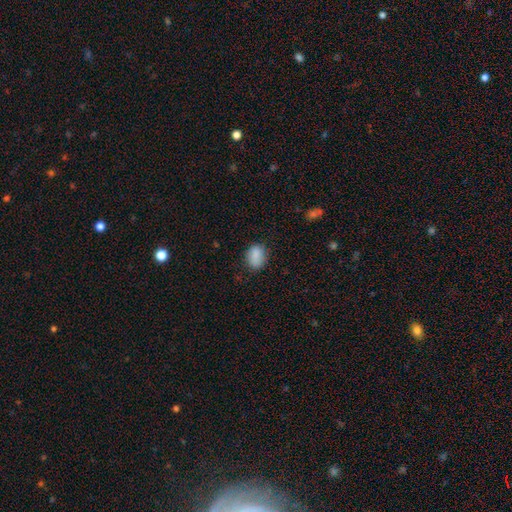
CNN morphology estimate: The model was most divided on "how rounded": in between: 66%, round: 32%, cigar-shaped: 1%. More confident: smooth or featured — smooth (87%); merging — none (77%).